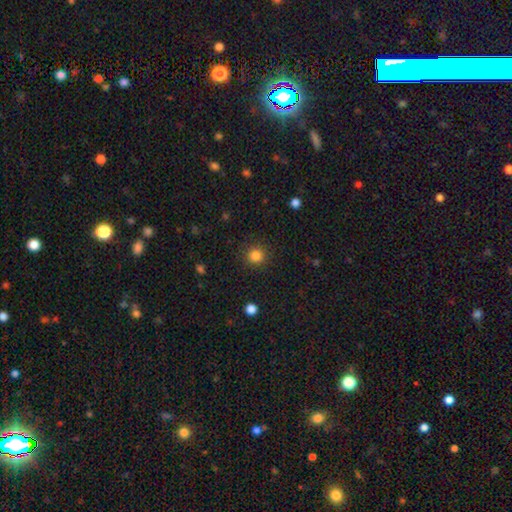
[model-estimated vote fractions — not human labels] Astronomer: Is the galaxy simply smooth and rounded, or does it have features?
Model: smooth — 84%.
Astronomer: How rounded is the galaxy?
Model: round — 93%.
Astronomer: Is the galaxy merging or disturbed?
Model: none — 90%.